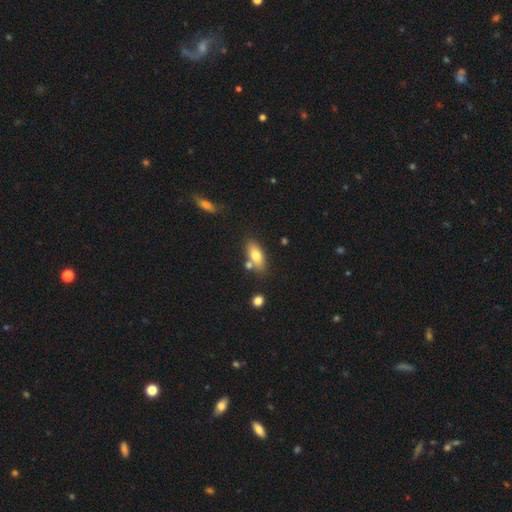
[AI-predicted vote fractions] Smooth or featured? smooth (73%)
How rounded? in between (80%)
Merging? none (68%)